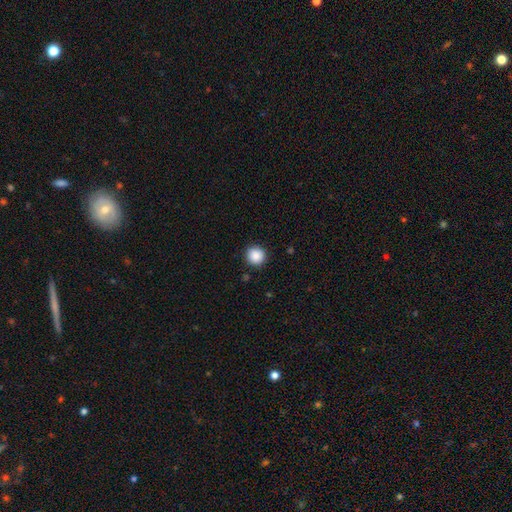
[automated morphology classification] Overall: smooth (89%). How rounded: round (94%). Merging: none (91%).